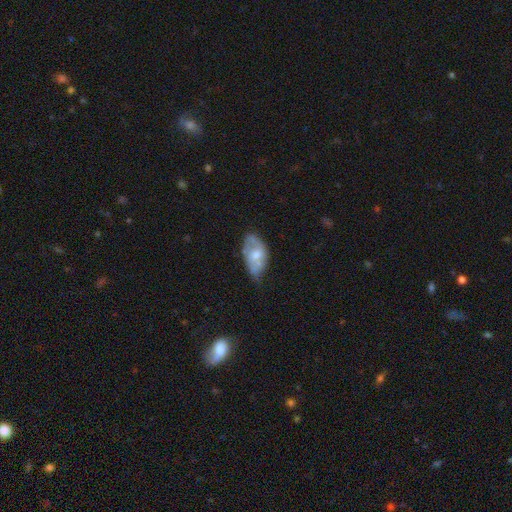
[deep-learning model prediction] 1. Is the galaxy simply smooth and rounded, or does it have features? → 49% featured or disk, 45% smooth, 6% star or artifact.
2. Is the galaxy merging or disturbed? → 40% none, 39% minor disturbance, 14% major disturbance, 7% merger.